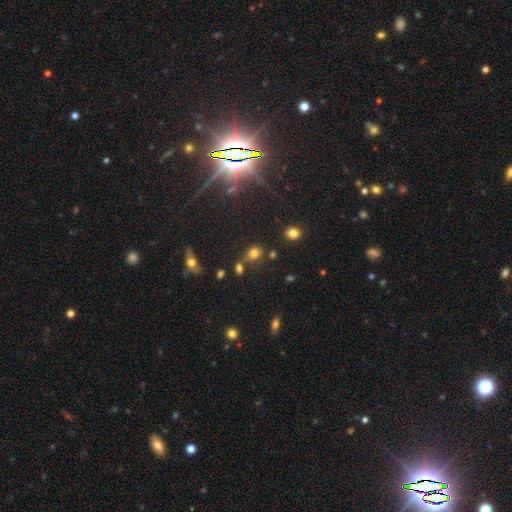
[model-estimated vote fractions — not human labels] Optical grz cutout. It shows a star or artifact, not a galaxy (83%).